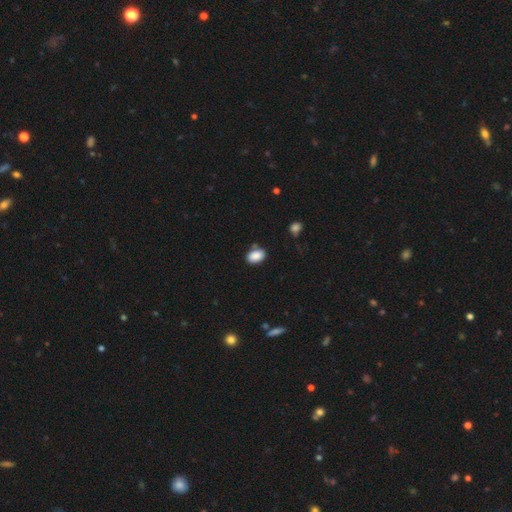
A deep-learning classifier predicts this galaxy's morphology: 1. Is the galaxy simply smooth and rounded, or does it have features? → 88% smooth, 8% star or artifact, 4% featured or disk.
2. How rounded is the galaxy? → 86% in between, 13% round, 1% cigar-shaped.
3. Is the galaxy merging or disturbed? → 78% none, 14% minor disturbance, 5% merger, 3% major disturbance.